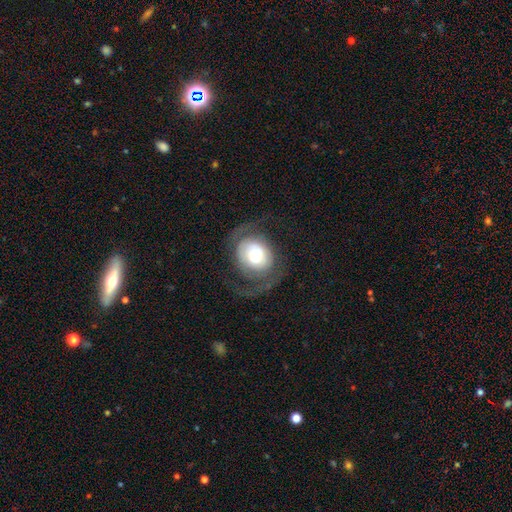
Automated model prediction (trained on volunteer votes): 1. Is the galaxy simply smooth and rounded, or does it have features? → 55% featured or disk, 37% smooth, 7% star or artifact.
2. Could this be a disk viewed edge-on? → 95% no, 5% yes.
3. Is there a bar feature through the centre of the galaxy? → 75% no, 17% weak, 8% strong.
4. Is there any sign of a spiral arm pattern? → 64% yes, 36% no.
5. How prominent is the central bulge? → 52% moderate, 20% large, 19% small, 8% dominant, 1% none.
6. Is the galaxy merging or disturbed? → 58% none, 26% major disturbance, 15% minor disturbance, 2% merger.